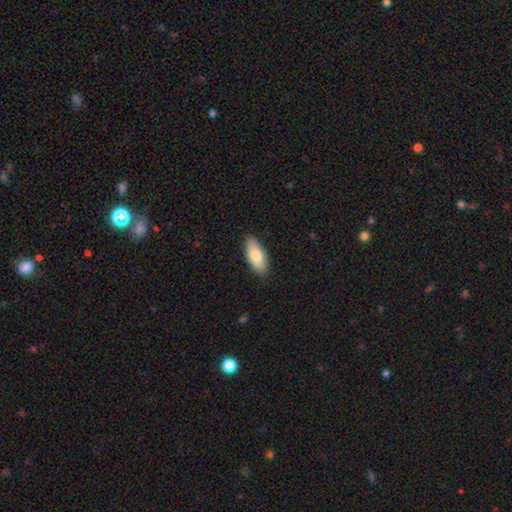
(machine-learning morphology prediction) Smooth or featured: smooth — 80% (featured or disk — 14%)
How rounded: in between — 85% (cigar-shaped — 13%)
Merging: none — 86% (minor disturbance — 11%)